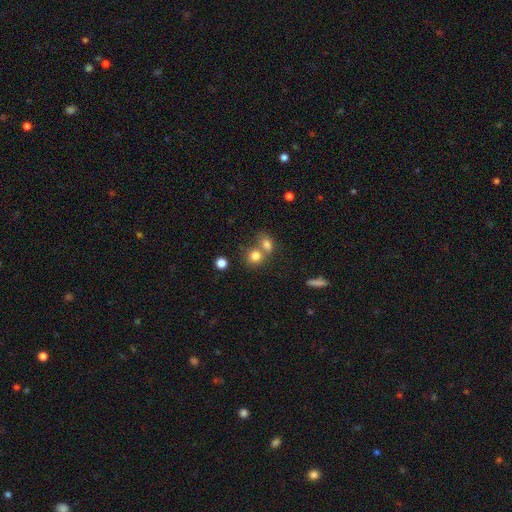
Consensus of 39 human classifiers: smooth_or_featured: smooth (p=0.92) [alt: featured or disk p=0.05]
how_rounded: round (p=0.81) [alt: in between p=0.19]
merging: merger (p=0.61) [alt: none p=0.29]